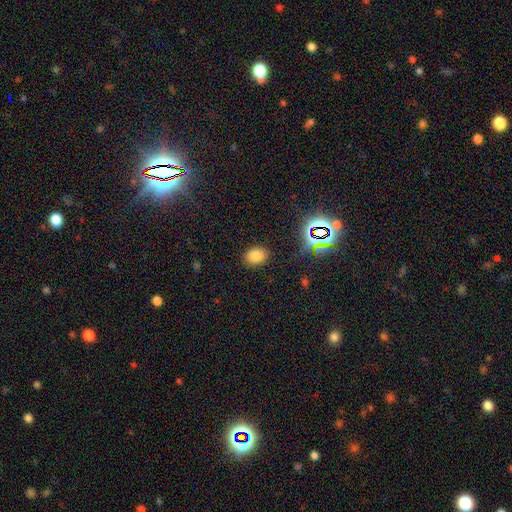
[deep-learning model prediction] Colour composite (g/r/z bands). It shows a smooth galaxy with no disk features (78%) that is in between round and cigar-shaped (68%). Merging: none (87%).